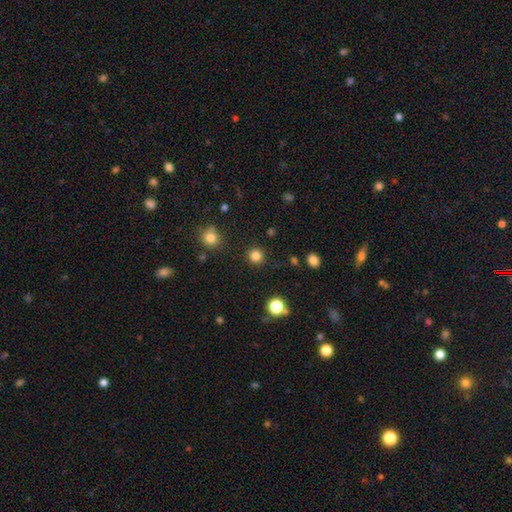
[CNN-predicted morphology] This appears to be a smooth galaxy with no disk features (83%) that is round (94%). Merging: none (91%).